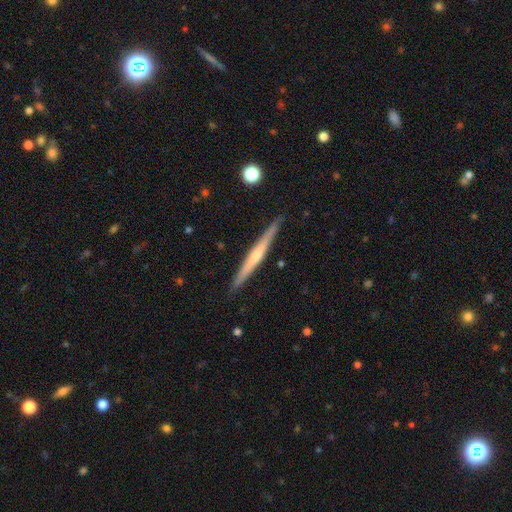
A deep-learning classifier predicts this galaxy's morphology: Smooth or featured: featured or disk — 62% (smooth — 32%)
Edge-on disk: yes — 98% (no — 2%)
Edge-on bulge: rounded — 50% (none — 44%)
Merging: none — 89% (minor disturbance — 8%)